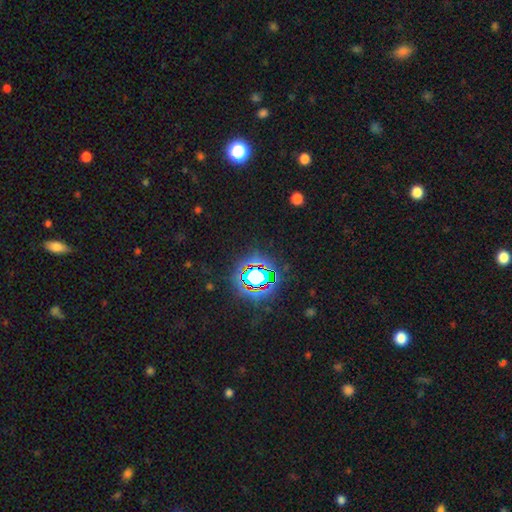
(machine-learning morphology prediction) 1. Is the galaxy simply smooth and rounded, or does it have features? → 82% star or artifact, 11% smooth, 7% featured or disk.